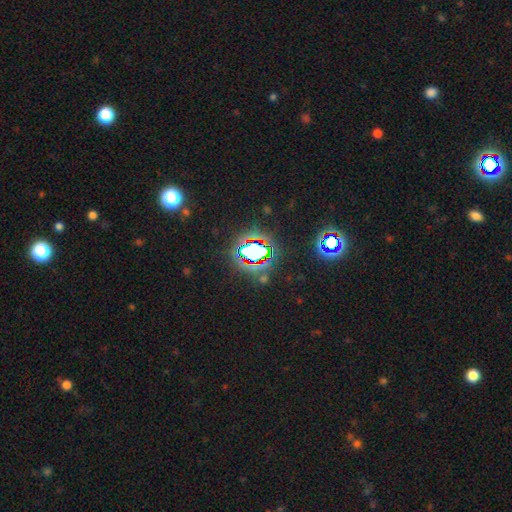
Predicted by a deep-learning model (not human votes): smooth-or-featured: star or artifact: 71% | smooth: 18% | featured or disk: 11%